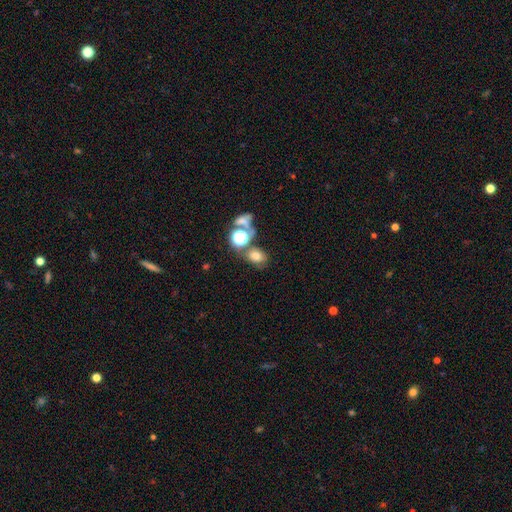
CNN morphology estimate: Smooth or featured? Predicted: smooth (p=0.67). How rounded? Predicted: in between (p=0.61). Merging? Predicted: none (p=0.52).